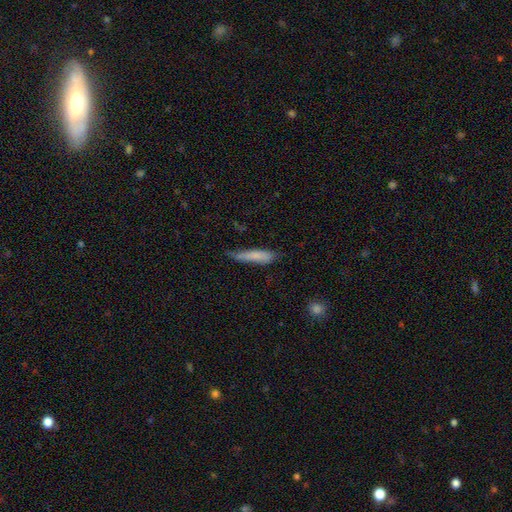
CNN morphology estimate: Smooth or featured? smooth (77%)
How rounded? cigar-shaped (83%)
Merging? none (59%)